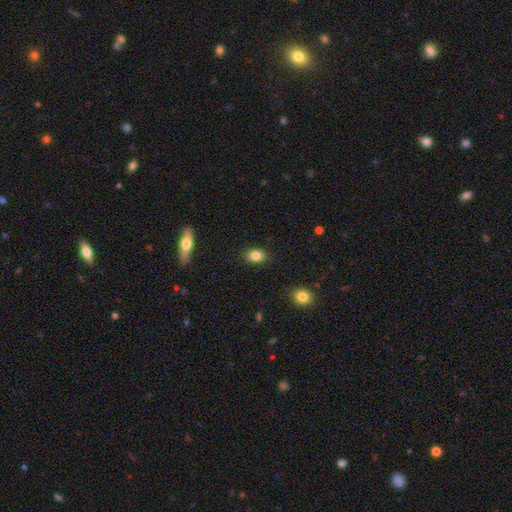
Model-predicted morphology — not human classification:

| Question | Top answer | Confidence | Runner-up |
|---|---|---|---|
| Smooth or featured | smooth | 83% | star or artifact (9%) |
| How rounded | in between | 69% | round (29%) |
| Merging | none | 88% | minor disturbance (9%) |